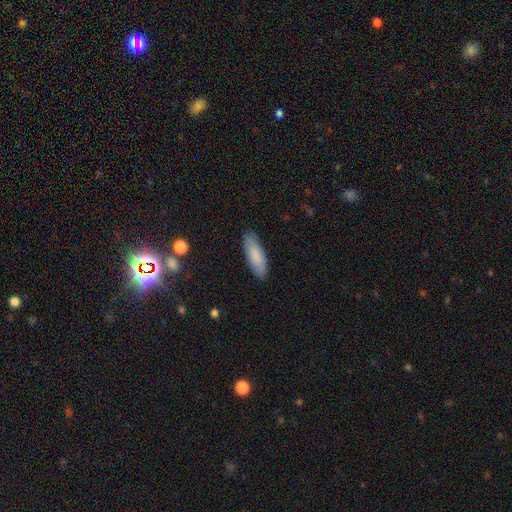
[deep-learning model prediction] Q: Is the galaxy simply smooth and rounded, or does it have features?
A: smooth — 83%.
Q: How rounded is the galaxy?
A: in between — 58%.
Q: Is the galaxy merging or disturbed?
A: none — 86%.